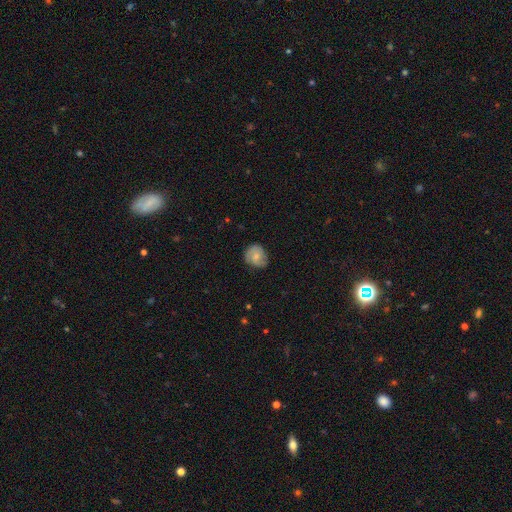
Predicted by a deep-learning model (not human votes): This appears to be a smooth galaxy with no disk features (66%) that is round (71%). Merging: none (67%).